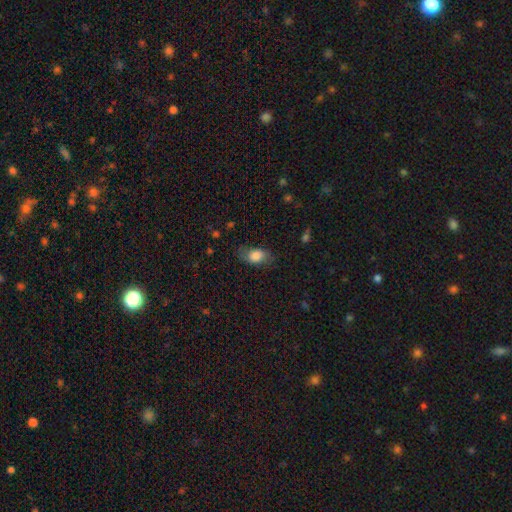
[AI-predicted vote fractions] Morphology: type=smooth (79%); roundness=in between (84%); merging=none (70%).